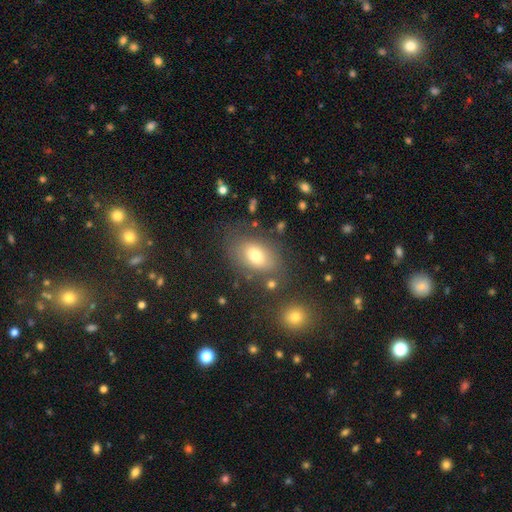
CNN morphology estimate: Smooth or featured? Predicted: smooth (p=0.71). How rounded? Predicted: in between (p=0.86). Merging? Predicted: none (p=0.71).